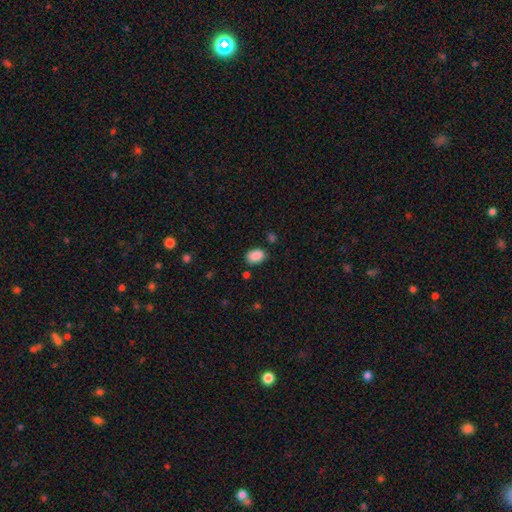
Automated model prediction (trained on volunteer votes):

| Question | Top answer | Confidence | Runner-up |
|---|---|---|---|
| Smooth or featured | smooth | 88% | star or artifact (8%) |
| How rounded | in between | 85% | round (14%) |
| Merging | none | 80% | minor disturbance (13%) |